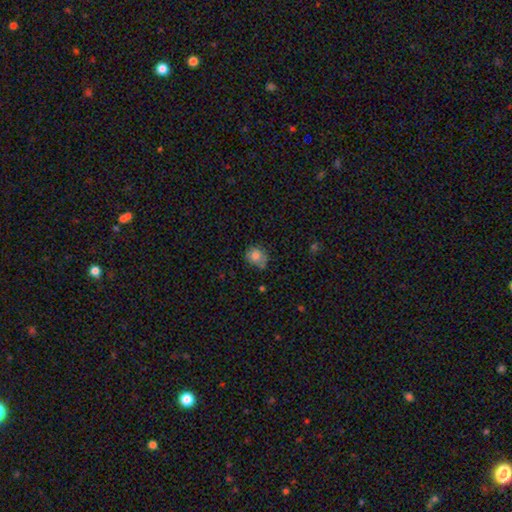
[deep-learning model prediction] smooth 80%, star or artifact 10%, featured or disk 10%. Down the decision tree: how rounded — round (70%); merging — none (57%).